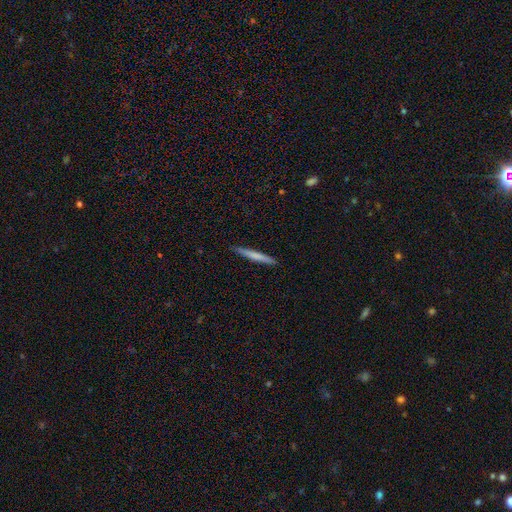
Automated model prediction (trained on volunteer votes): Morphology: type=smooth (65%); roundness=cigar-shaped (97%); merging=none (91%).